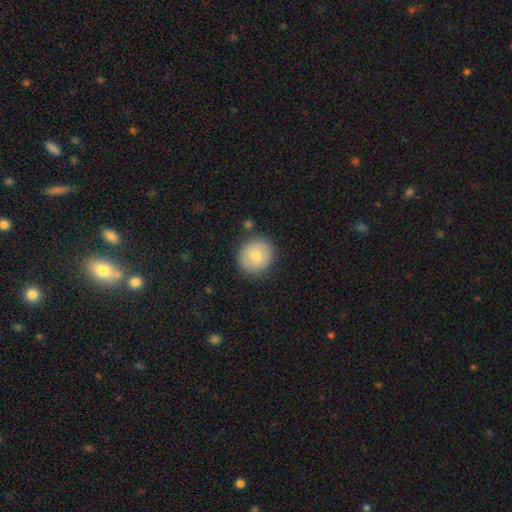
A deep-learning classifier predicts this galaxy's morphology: Smooth or featured? Predicted: smooth (p=0.79). How rounded? Predicted: round (p=0.89). Merging? Predicted: none (p=0.85).